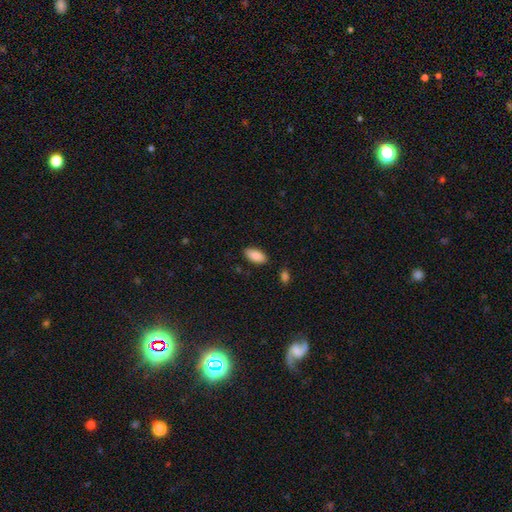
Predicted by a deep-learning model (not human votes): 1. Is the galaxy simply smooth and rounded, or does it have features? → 89% smooth, 6% star or artifact, 5% featured or disk.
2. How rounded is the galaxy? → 92% in between, 6% cigar-shaped, 2% round.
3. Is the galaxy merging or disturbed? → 85% none, 11% minor disturbance, 2% major disturbance, 2% merger.